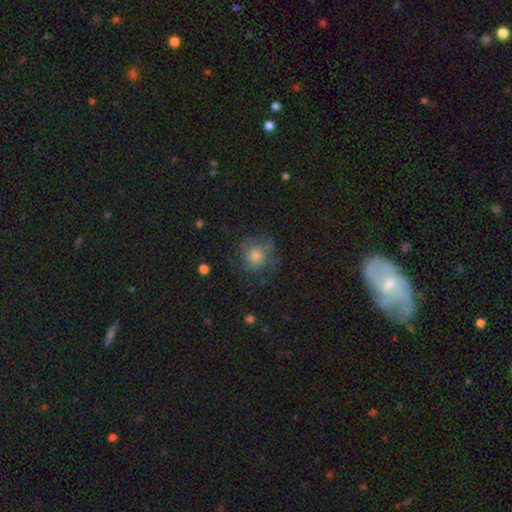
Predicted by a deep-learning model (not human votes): The model was most divided on "smooth or featured": smooth: 64%, featured or disk: 23%, star or artifact: 13%. More confident: how rounded — round (87%); merging — none (64%).